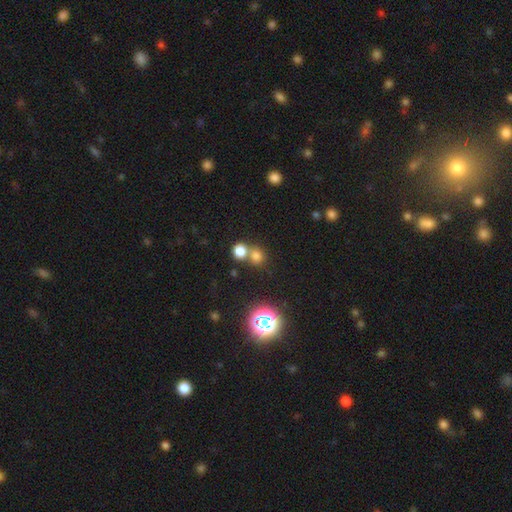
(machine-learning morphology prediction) A smooth galaxy with no disk features (70%) that is round (86%). Merging: none (52%).